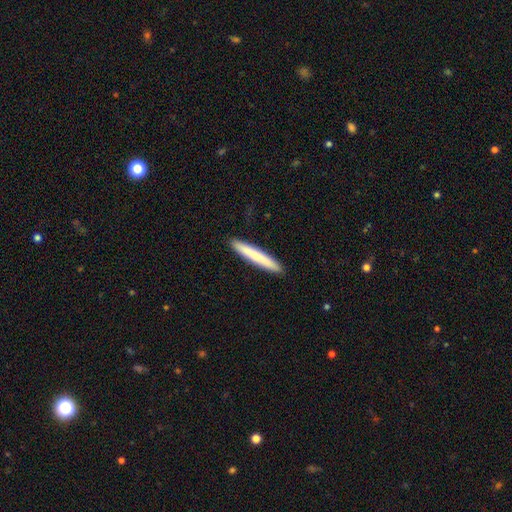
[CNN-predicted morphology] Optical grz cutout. It shows a smooth galaxy with no disk features (77%) that is cigar-shaped (96%). Merging: none (92%).